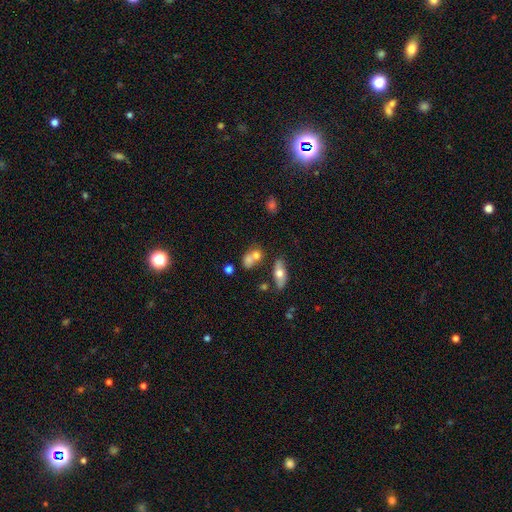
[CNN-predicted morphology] This appears to be a smooth galaxy with no disk features (70%) that is in between round and cigar-shaped (58%). Merging: merger (47%).